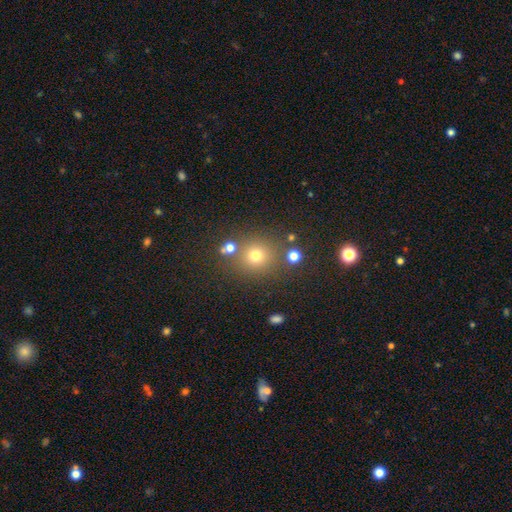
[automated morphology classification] smooth-or-featured: smooth: 72% | star or artifact: 20% | featured or disk: 9%
  how-rounded: round: 88% | in between: 11% | cigar-shaped: 1%
  merging: none: 76% | merger: 10% | minor disturbance: 10% | major disturbance: 4%